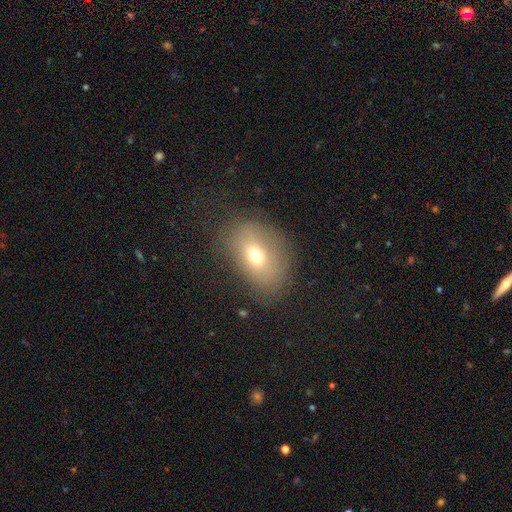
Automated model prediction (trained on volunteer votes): Smooth or featured?
  - smooth: 65% *
  - featured or disk: 21%
  - star or artifact: 14%
How rounded?
  - in between: 74% *
  - round: 24%
  - cigar-shaped: 1%
Merging?
  - none: 75% *
  - minor disturbance: 15%
  - major disturbance: 9%
  - merger: 1%